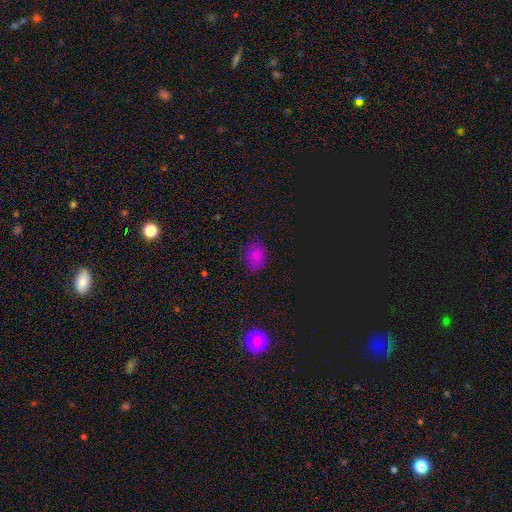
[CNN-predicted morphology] The model was most divided on "how rounded": in between: 55%, round: 43%, cigar-shaped: 1%. More confident: merging — none (83%); smooth or featured — smooth (70%).